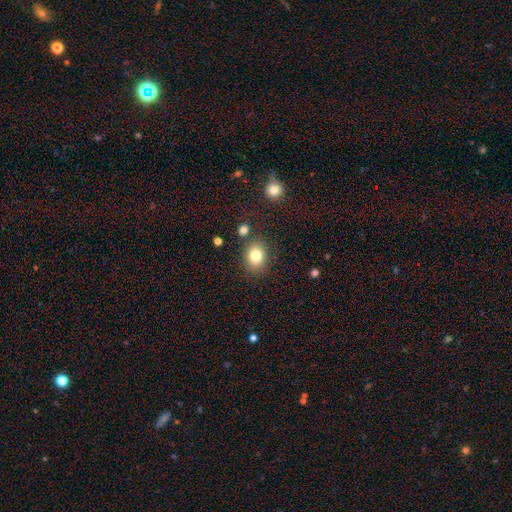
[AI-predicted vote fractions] Morphology: type=smooth (81%); roundness=round (53%); merging=none (81%).